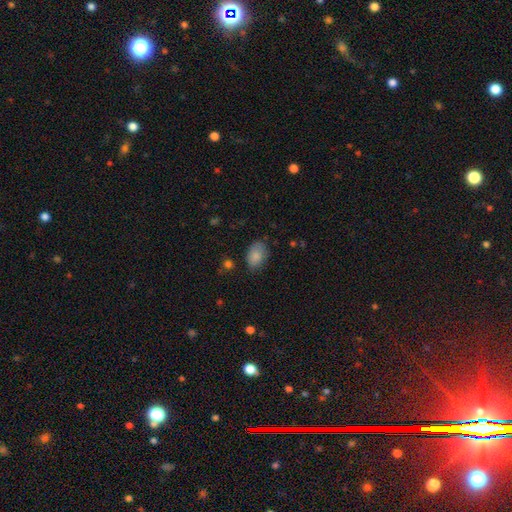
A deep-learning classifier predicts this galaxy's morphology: A smooth galaxy with no disk features (86%) that is in between round and cigar-shaped (87%). Merging: none (70%).